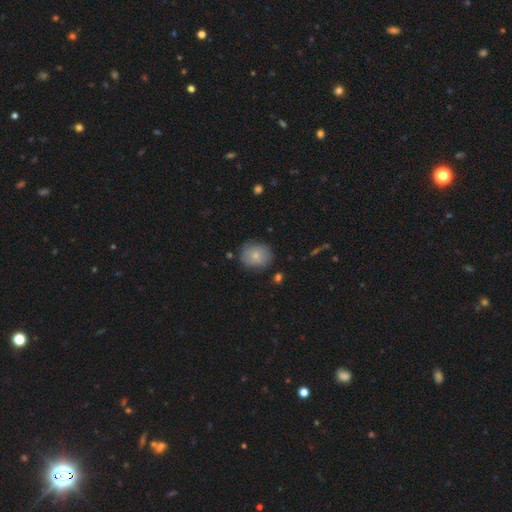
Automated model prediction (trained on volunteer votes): smooth_or_featured: smooth (p=0.78) [alt: featured or disk p=0.13]
how_rounded: round (p=0.74) [alt: in between p=0.25]
merging: none (p=0.80) [alt: minor disturbance p=0.14]